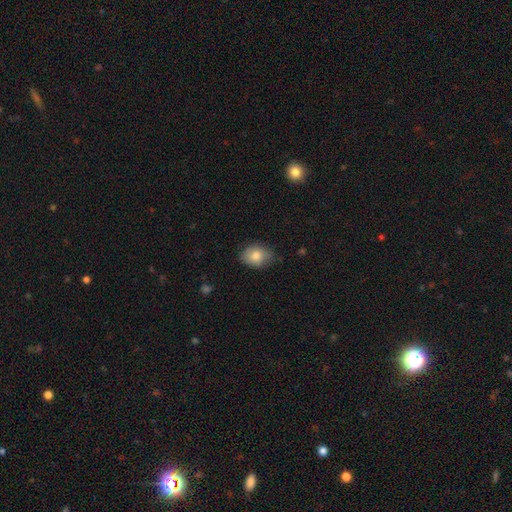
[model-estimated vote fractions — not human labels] Q: Smooth or featured?
A: smooth (81%); runner-up: featured or disk (11%)
Q: How rounded?
A: in between (66%); runner-up: round (33%)
Q: Merging?
A: none (75%); runner-up: minor disturbance (20%)